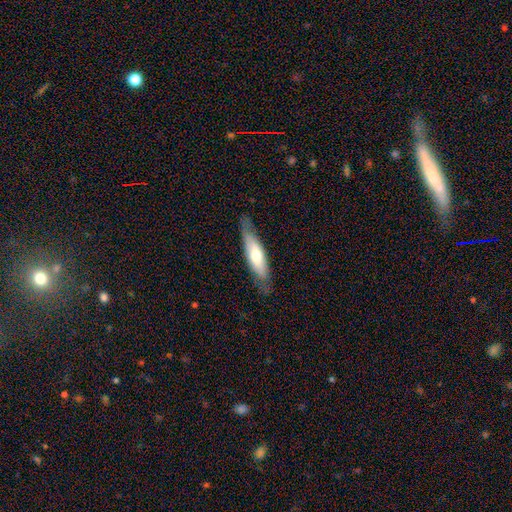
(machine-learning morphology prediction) Q: Smooth or featured?
A: smooth (55%); runner-up: featured or disk (40%)
Q: How rounded?
A: cigar-shaped (60%); runner-up: in between (38%)
Q: Merging?
A: none (74%); runner-up: minor disturbance (19%)